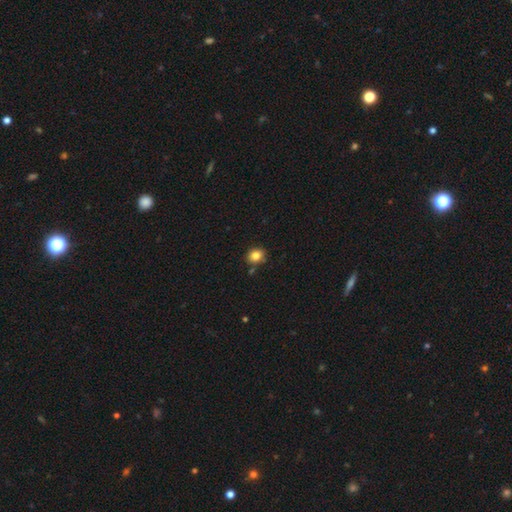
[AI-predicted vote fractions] Smooth or featured? Predicted: smooth (p=0.83). How rounded? Predicted: round (p=0.65). Merging? Predicted: none (p=0.81).